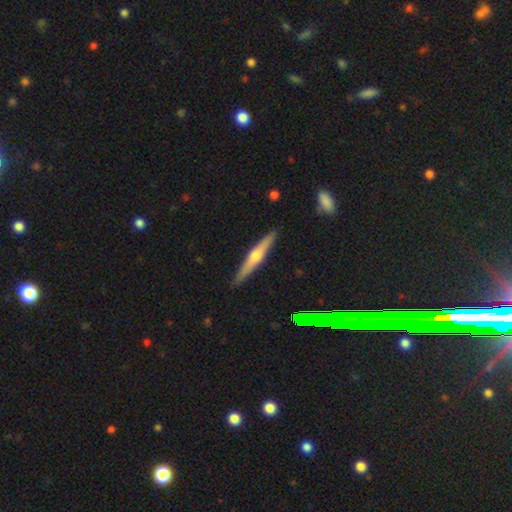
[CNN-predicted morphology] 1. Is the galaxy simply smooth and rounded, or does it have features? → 62% featured or disk, 32% smooth, 6% star or artifact.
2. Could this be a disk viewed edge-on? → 97% yes, 3% no.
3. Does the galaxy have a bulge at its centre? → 88% rounded, 8% none, 5% boxy.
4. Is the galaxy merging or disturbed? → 90% none, 7% minor disturbance, 1% major disturbance, 1% merger.